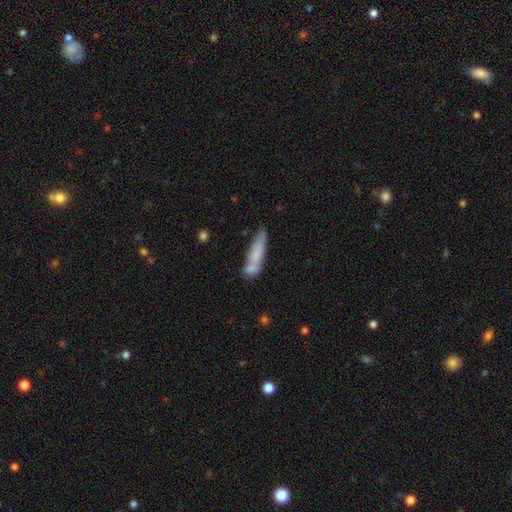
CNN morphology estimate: type=smooth (68%); roundness=cigar-shaped (77%); merging=none (52%).